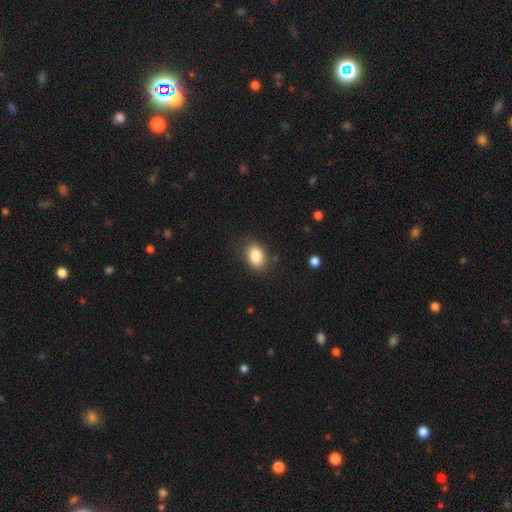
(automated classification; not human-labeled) Overall: smooth (85%). How rounded: in between (83%). Merging: none (81%).